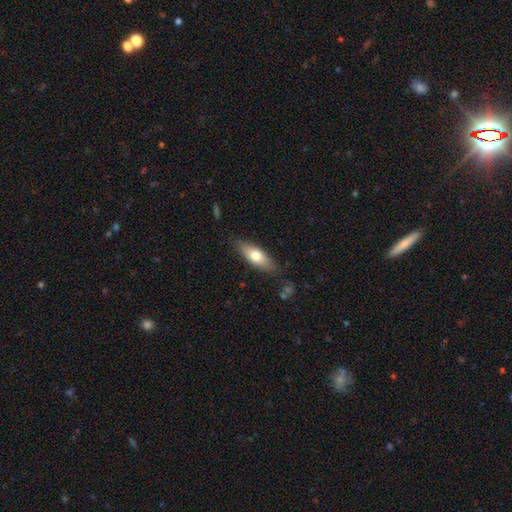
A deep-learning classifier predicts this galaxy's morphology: The model was most divided on "how rounded": in between: 63%, cigar-shaped: 35%, round: 3%. More confident: merging — none (82%); smooth or featured — smooth (68%).